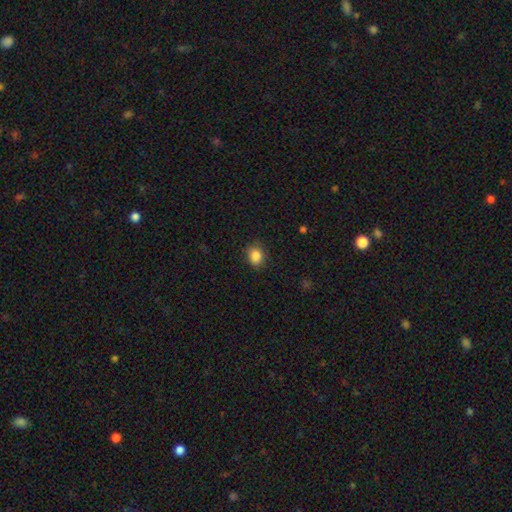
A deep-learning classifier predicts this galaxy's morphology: Smooth or featured: smooth — 86% (star or artifact — 10%)
How rounded: round — 52% (in between — 47%)
Merging: none — 85% (minor disturbance — 11%)